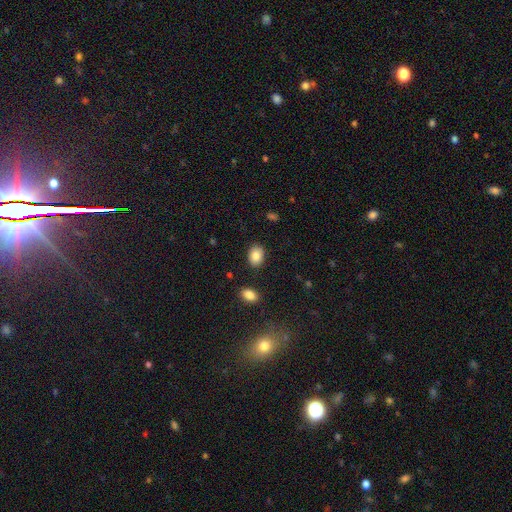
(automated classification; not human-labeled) smooth_or_featured: smooth (p=0.86) [alt: star or artifact p=0.08]
how_rounded: in between (p=0.74) [alt: round p=0.25]
merging: none (p=0.87) [alt: minor disturbance p=0.09]